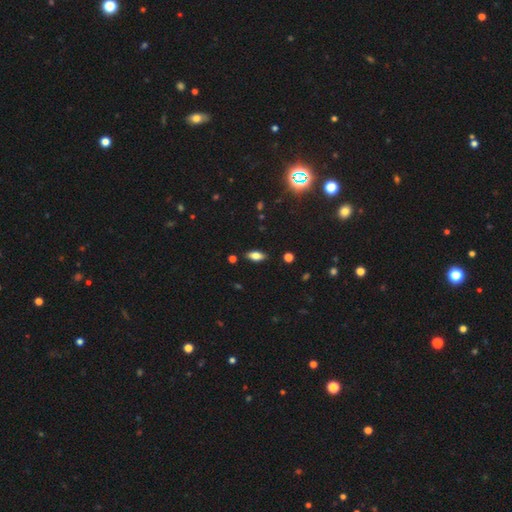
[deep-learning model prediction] A smooth galaxy with no disk features (73%) that is in between round and cigar-shaped (85%). Merging: none (86%).